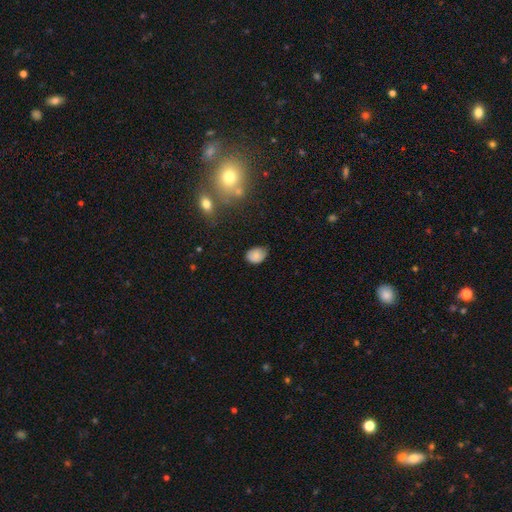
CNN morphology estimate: type=smooth (82%); roundness=in between (69%); merging=none (64%).